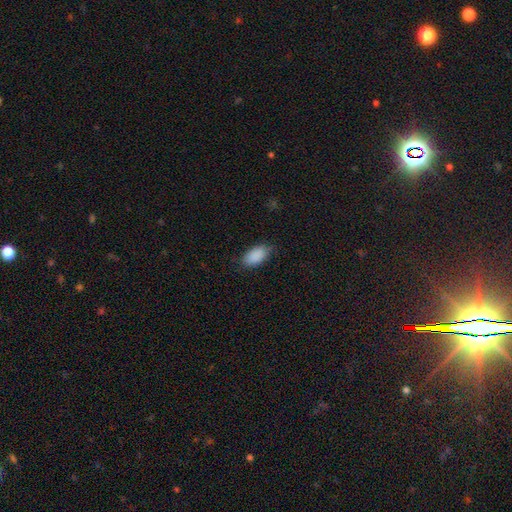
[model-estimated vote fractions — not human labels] Smooth or featured? smooth (90%)
How rounded? in between (94%)
Merging? none (79%)